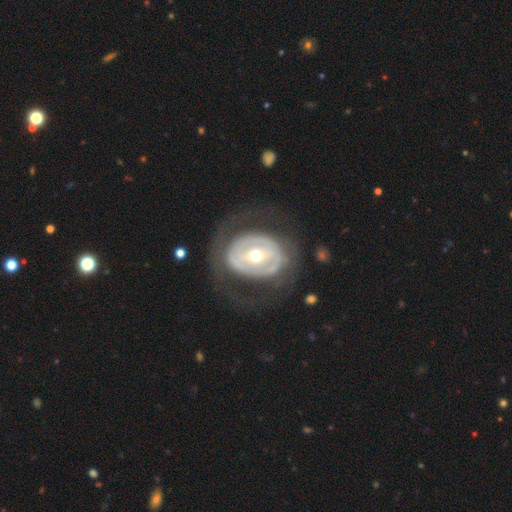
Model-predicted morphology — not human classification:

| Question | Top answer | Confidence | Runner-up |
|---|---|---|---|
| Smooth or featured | featured or disk | 75% | smooth (20%) |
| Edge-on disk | no | 95% | yes (5%) |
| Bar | no | 37% | strong (33%) |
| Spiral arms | no | 60% | yes (40%) |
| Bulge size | moderate | 56% | small (39%) |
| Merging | none | 65% | major disturbance (19%) |